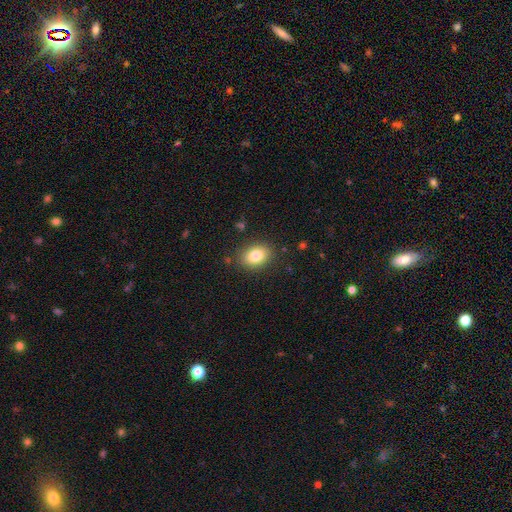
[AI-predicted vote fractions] smooth 83%, featured or disk 9%, star or artifact 9%. Down the decision tree: how rounded — in between (74%); merging — none (86%).